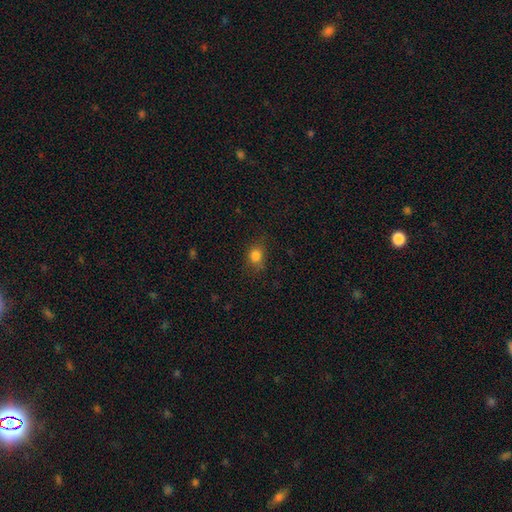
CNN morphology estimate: type=smooth (82%); roundness=round (62%); merging=none (73%).